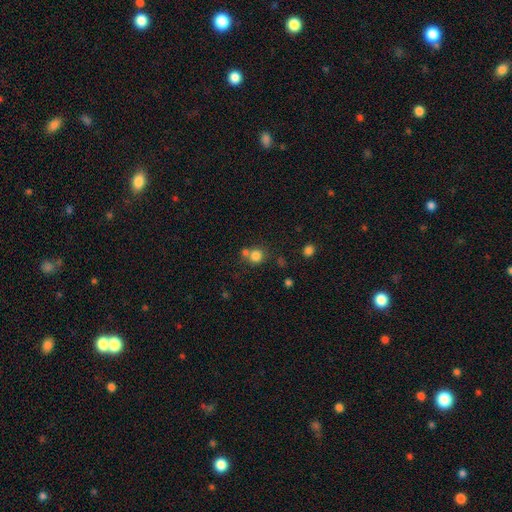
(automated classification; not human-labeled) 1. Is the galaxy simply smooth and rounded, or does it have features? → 80% smooth, 13% star or artifact, 7% featured or disk.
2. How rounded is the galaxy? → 87% round, 12% in between, 1% cigar-shaped.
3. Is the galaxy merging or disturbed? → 58% none, 29% merger, 9% minor disturbance, 4% major disturbance.